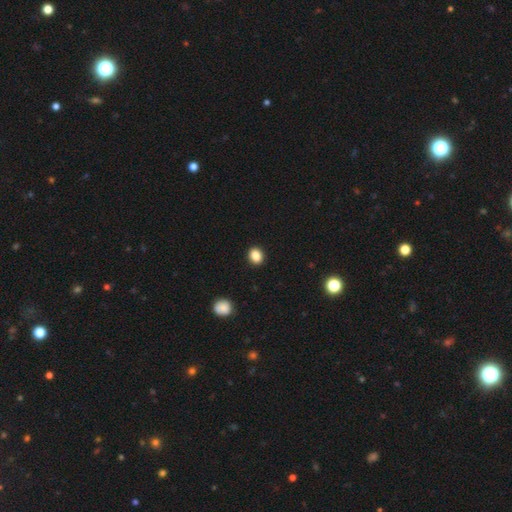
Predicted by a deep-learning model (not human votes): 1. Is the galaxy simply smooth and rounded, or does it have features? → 86% smooth, 10% star or artifact, 4% featured or disk.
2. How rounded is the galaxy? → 62% round, 37% in between, 1% cigar-shaped.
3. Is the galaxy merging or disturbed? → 92% none, 6% minor disturbance, 2% major disturbance, 1% merger.